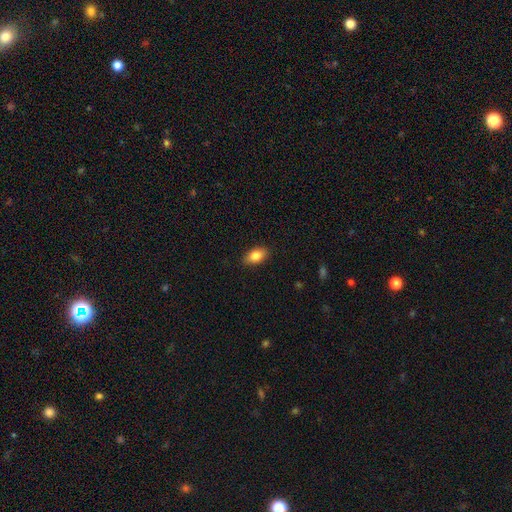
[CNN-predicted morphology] Smooth or featured: smooth — 83% (featured or disk — 9%)
How rounded: in between — 89% (round — 7%)
Merging: none — 87% (minor disturbance — 10%)